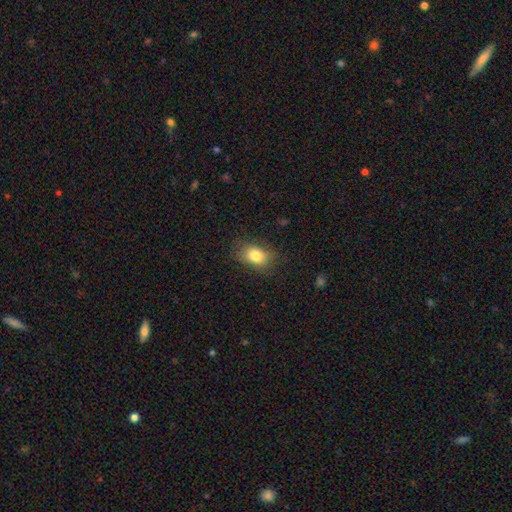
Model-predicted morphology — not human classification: This is clearly a smooth galaxy (81%). How rounded: likely in between (78%). Merging: likely none (77%).